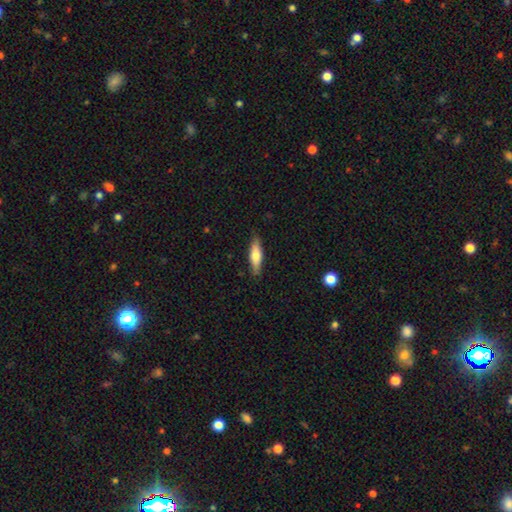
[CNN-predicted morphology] smooth_or_featured: smooth (p=0.62) [alt: featured or disk p=0.32]
how_rounded: cigar-shaped (p=0.61) [alt: in between p=0.37]
merging: none (p=0.86) [alt: minor disturbance p=0.11]